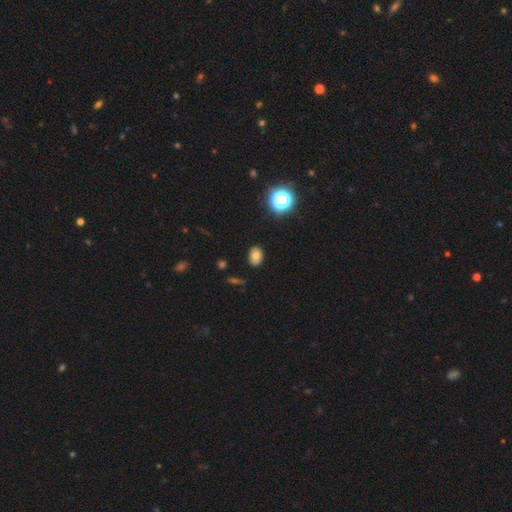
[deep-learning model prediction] smooth_or_featured: smooth (p=0.74) [alt: star or artifact p=0.14]
how_rounded: in between (p=0.71) [alt: round p=0.28]
merging: none (p=0.85) [alt: minor disturbance p=0.11]